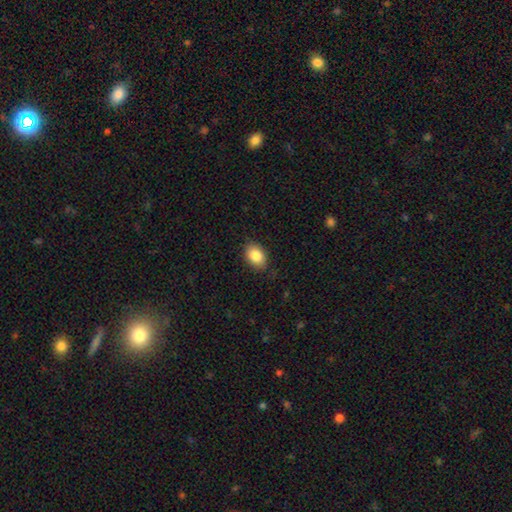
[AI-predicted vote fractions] smooth_or_featured: smooth (p=0.86) [alt: star or artifact p=0.08]
how_rounded: in between (p=0.83) [alt: round p=0.16]
merging: none (p=0.84) [alt: minor disturbance p=0.12]